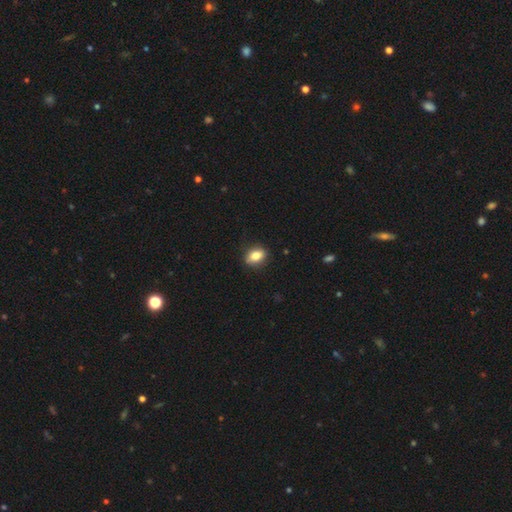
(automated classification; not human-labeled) A smooth galaxy with no disk features (83%) that is in between round and cigar-shaped (78%).

Vote fractions:
- Smooth or featured? smooth: 83% / featured or disk: 9% / star or artifact: 8%
- How rounded? in between: 78% / round: 20% / cigar-shaped: 3%
- Merging? none: 86% / minor disturbance: 10% / major disturbance: 2% / merger: 1%